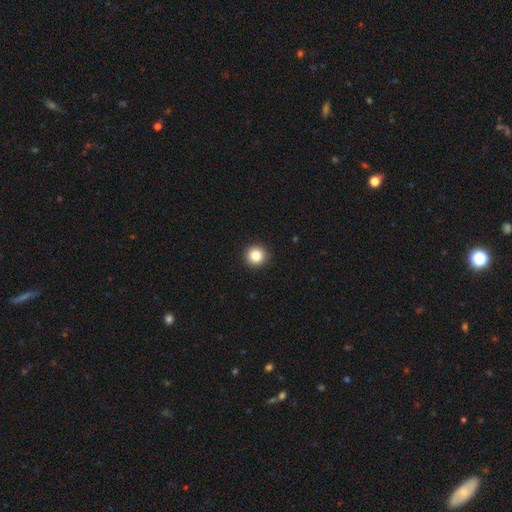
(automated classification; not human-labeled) Q: Smooth or featured?
A: smooth (83%); runner-up: star or artifact (10%)
Q: How rounded?
A: round (94%); runner-up: in between (5%)
Q: Merging?
A: none (93%); runner-up: minor disturbance (4%)